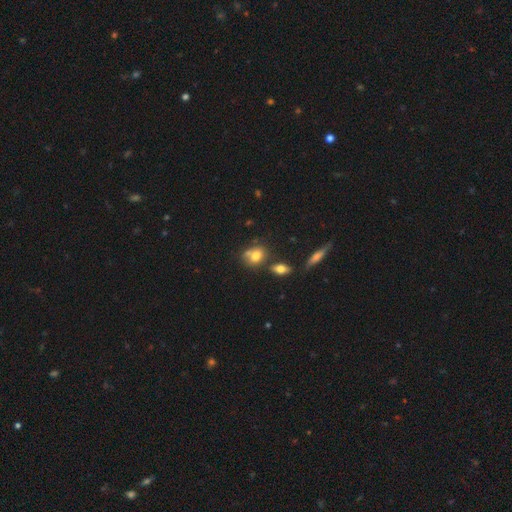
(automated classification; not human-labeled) Q: Smooth or featured?
A: smooth (74%); runner-up: featured or disk (14%)
Q: How rounded?
A: in between (52%); runner-up: round (45%)
Q: Merging?
A: none (49%); runner-up: merger (30%)